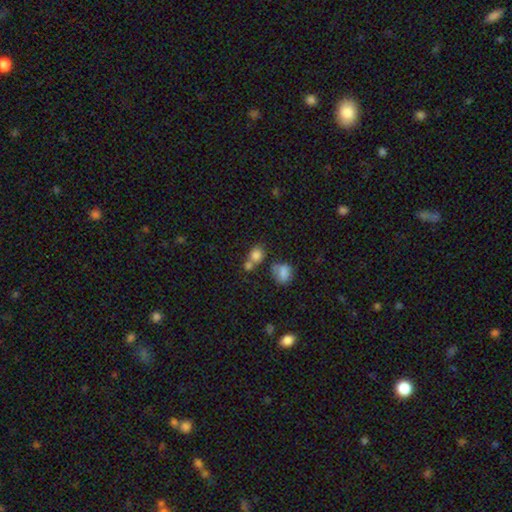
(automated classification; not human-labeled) Smooth or featured?
  - smooth: 79% *
  - star or artifact: 12%
  - featured or disk: 9%
How rounded?
  - round: 70% *
  - in between: 28%
  - cigar-shaped: 1%
Merging?
  - merger: 43% *
  - none: 42%
  - minor disturbance: 10%
  - major disturbance: 5%